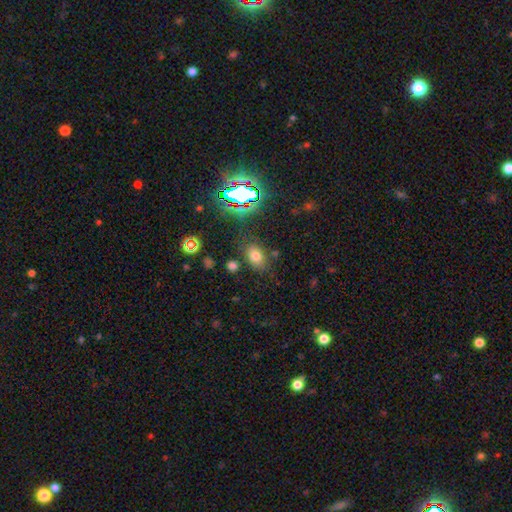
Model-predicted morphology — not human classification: smooth 69%, star or artifact 22%, featured or disk 9%. Down the decision tree: how rounded — in between (76%); merging — none (76%).